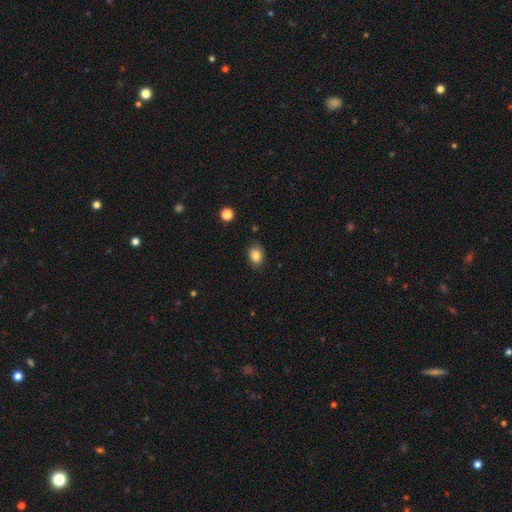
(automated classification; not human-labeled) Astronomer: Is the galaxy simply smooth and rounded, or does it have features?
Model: smooth — 84%.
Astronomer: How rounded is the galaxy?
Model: in between — 66%.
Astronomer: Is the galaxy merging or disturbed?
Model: none — 85%.